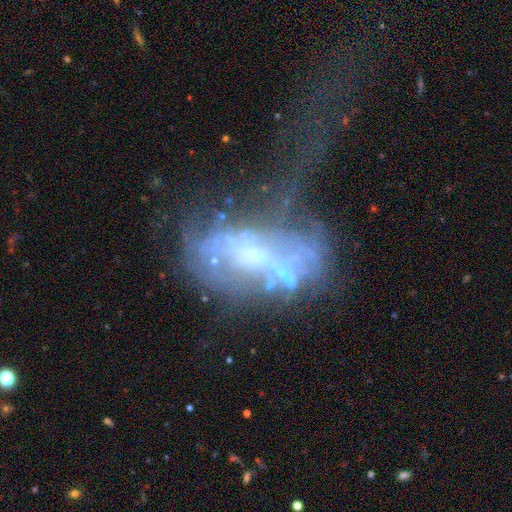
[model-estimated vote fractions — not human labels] Morphology: type=featured or disk (65%); edge-on=no (90%); bar=no (70%); spiral arms=no (75%); bulge=moderate (32%); merging=major disturbance (54%).